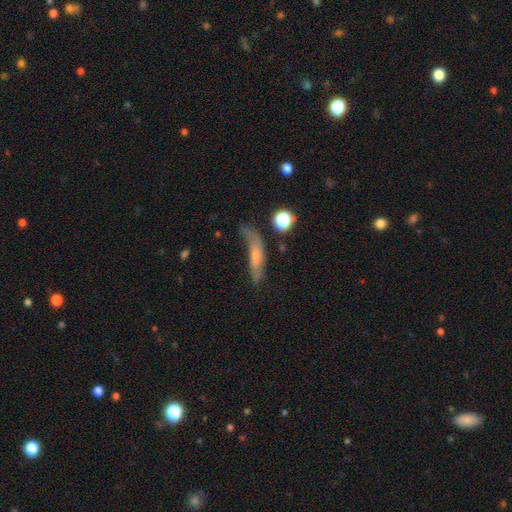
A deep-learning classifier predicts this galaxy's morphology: Smooth or featured? Predicted: smooth (p=0.47). Merging? Predicted: none (p=0.40).